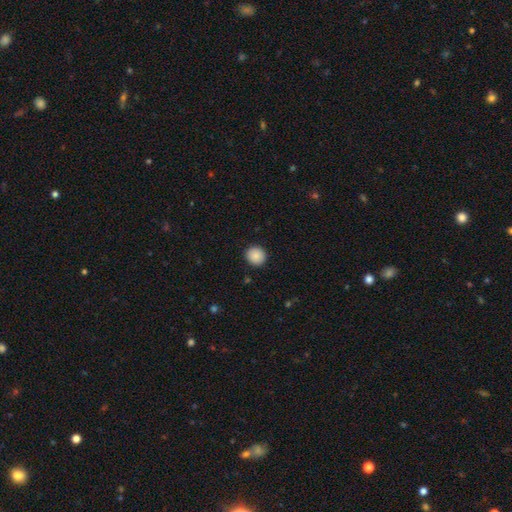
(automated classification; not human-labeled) Smooth or featured: smooth — 88% (star or artifact — 8%)
How rounded: round — 92% (in between — 7%)
Merging: none — 92% (minor disturbance — 5%)